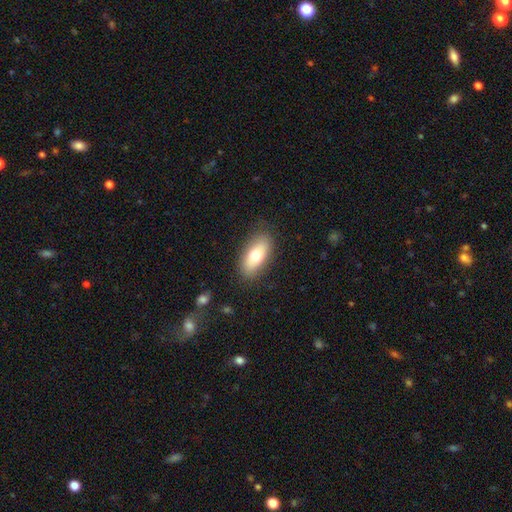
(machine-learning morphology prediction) smooth_or_featured: smooth (p=0.70) [alt: featured or disk p=0.23]
how_rounded: in between (p=0.87) [alt: cigar-shaped p=0.09]
merging: none (p=0.84) [alt: minor disturbance p=0.12]